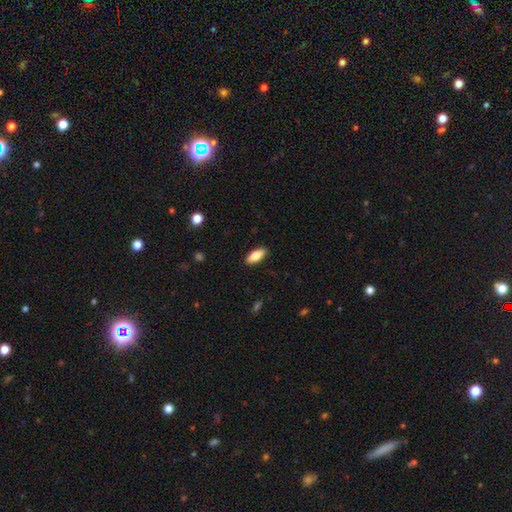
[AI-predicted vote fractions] This is likely a smooth galaxy (79%). How rounded: likely in between (75%). Merging: clearly none (90%).